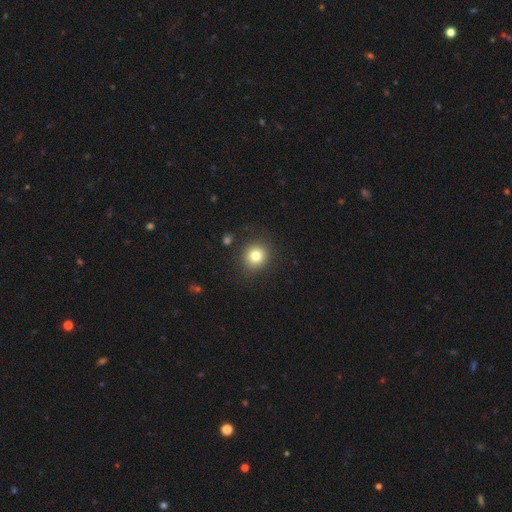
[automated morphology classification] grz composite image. It shows a smooth galaxy with no disk features (80%) that is round (88%). Merging: none (88%).